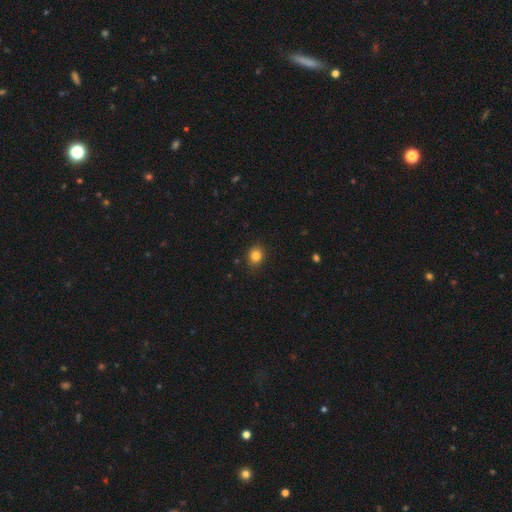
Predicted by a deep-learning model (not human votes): smooth 83%, star or artifact 11%, featured or disk 6%. Down the decision tree: how rounded — round (64%); merging — none (87%).